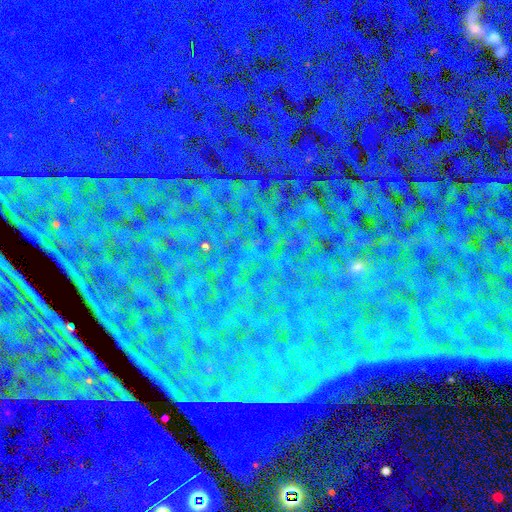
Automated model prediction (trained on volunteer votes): smooth_or_featured: star or artifact (p=0.86) [alt: smooth p=0.08]